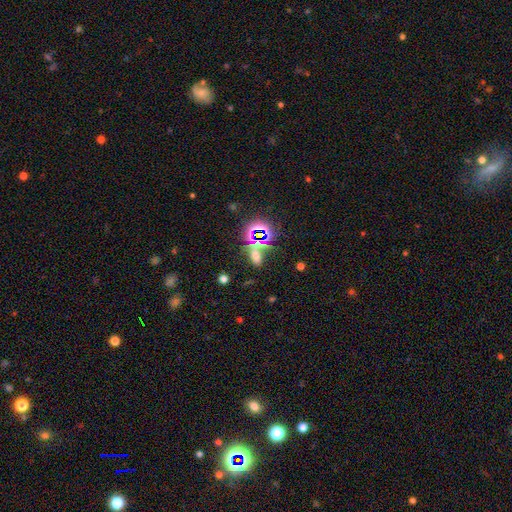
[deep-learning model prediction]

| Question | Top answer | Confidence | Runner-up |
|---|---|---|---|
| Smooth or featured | star or artifact | 49% | smooth (42%) |